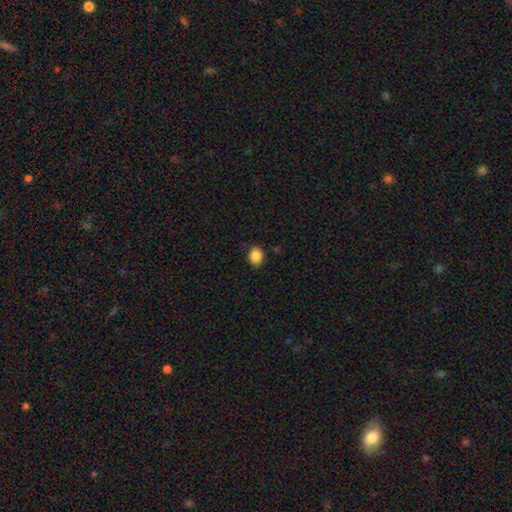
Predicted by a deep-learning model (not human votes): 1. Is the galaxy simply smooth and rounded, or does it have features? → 88% smooth, 9% star or artifact, 4% featured or disk.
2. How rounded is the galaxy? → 59% in between, 40% round, 1% cigar-shaped.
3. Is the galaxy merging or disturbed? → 86% none, 11% minor disturbance, 2% major disturbance, 1% merger.